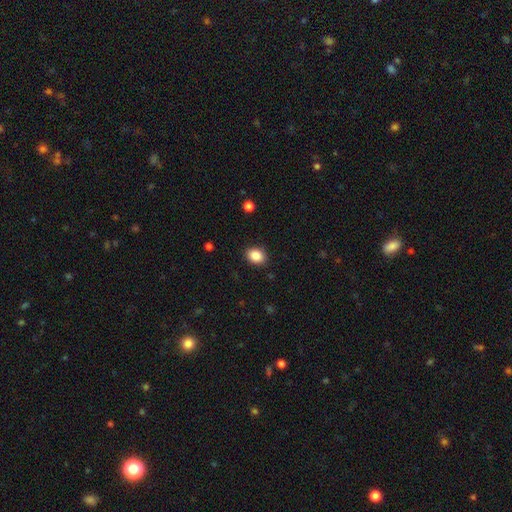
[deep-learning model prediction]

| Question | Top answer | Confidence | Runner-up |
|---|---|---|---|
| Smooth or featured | smooth | 88% | star or artifact (9%) |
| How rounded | in between | 64% | round (35%) |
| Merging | none | 89% | minor disturbance (8%) |